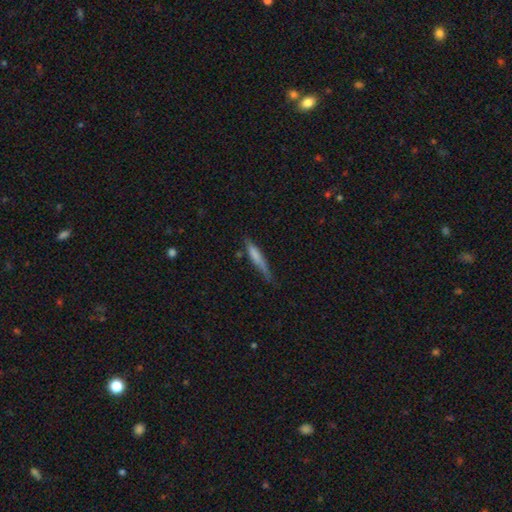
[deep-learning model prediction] smooth_or_featured: smooth (p=0.69) [alt: featured or disk p=0.25]
how_rounded: cigar-shaped (p=0.89) [alt: in between p=0.10]
merging: none (p=0.62) [alt: minor disturbance p=0.28]